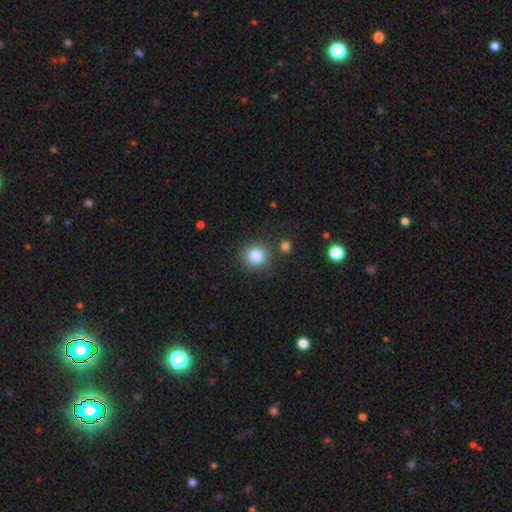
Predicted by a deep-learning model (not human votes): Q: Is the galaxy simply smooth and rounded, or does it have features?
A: smooth — 84%.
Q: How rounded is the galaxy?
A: round — 89%.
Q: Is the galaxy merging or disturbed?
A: none — 83%.